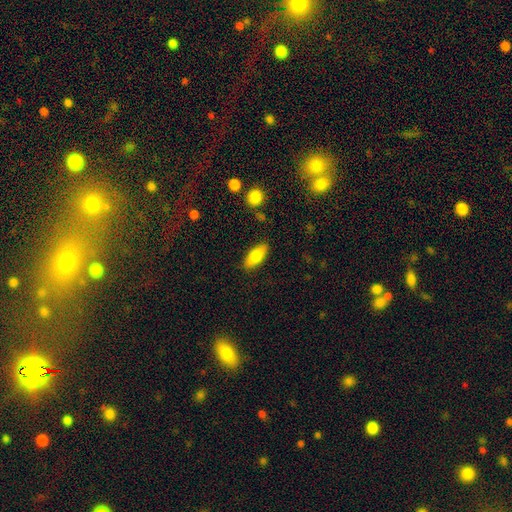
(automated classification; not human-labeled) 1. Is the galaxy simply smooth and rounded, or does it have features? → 78% smooth, 16% featured or disk, 7% star or artifact.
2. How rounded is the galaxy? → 78% in between, 19% cigar-shaped, 3% round.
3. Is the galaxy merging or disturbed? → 86% none, 10% minor disturbance, 2% major disturbance, 2% merger.